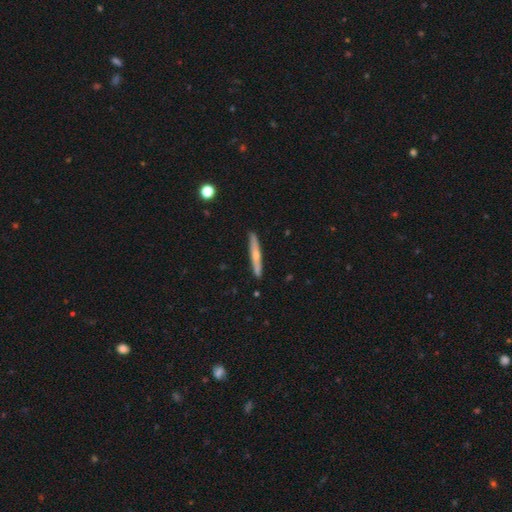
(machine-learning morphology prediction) A featured or disk galaxy (50%).

Vote fractions:
- Smooth or featured? featured or disk: 50% / smooth: 45% / star or artifact: 6%
- Merging? none: 89% / minor disturbance: 8% / major disturbance: 1% / merger: 1%